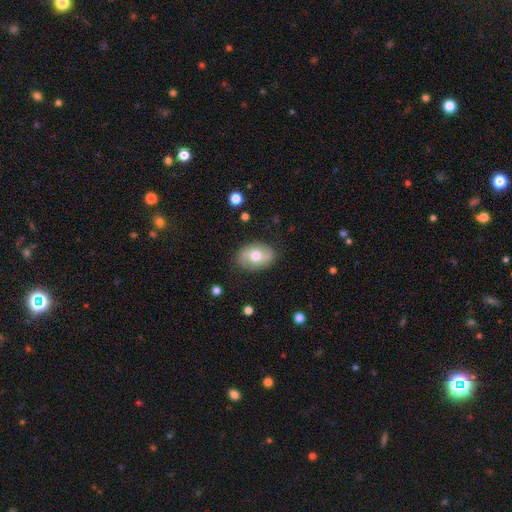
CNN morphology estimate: Overall: smooth (61%; featured or disk 32%). How rounded: in between (79%). Merging: none (83%).